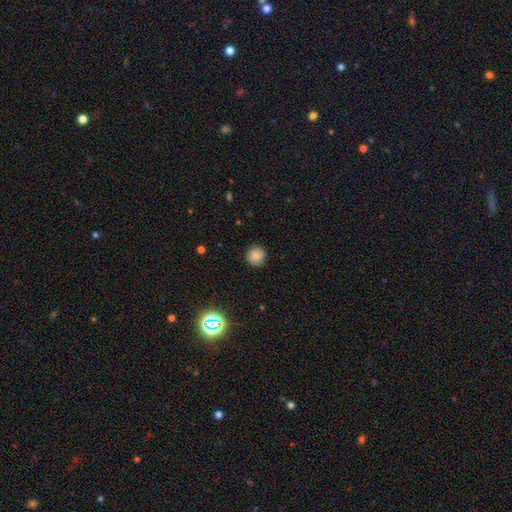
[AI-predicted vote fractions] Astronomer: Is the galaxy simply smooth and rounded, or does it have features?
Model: smooth — 79%.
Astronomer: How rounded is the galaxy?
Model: round — 94%.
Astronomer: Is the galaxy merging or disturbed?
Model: none — 88%.